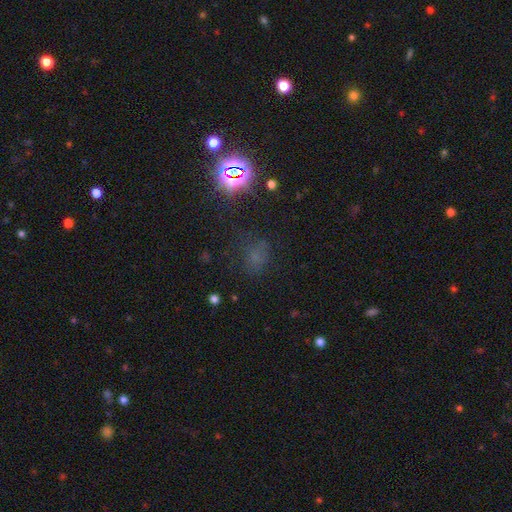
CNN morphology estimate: Smooth or featured: smooth — 45% (star or artifact — 44%)
Merging: none — 67% (minor disturbance — 18%)